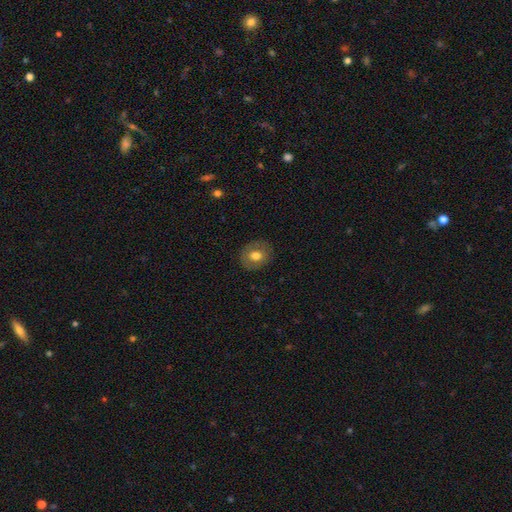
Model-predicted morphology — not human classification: Smooth or featured: smooth — 69% (featured or disk — 23%)
How rounded: round — 68% (in between — 31%)
Merging: none — 86% (minor disturbance — 10%)